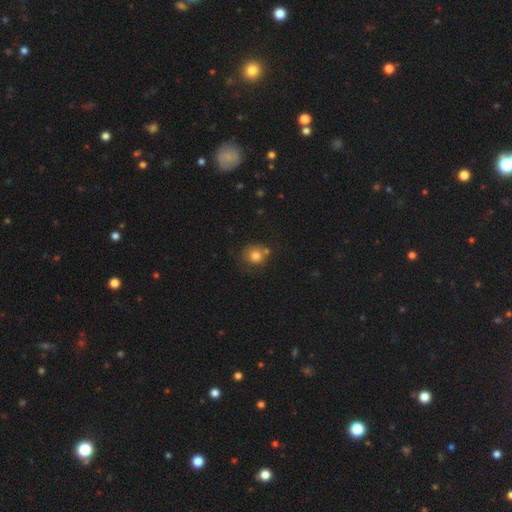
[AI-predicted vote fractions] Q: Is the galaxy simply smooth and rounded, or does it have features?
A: smooth — 79%.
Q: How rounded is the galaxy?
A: round — 85%.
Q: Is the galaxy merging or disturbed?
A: none — 63%.